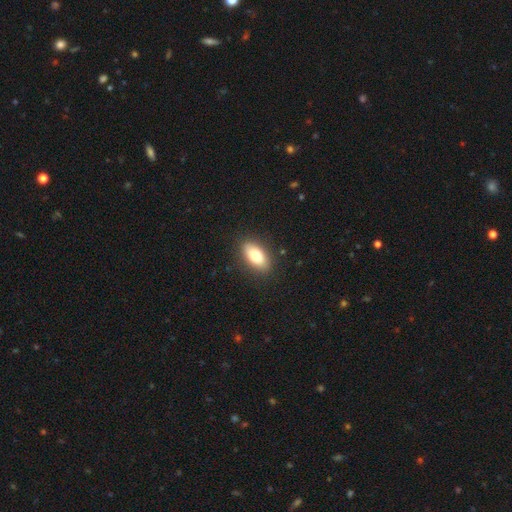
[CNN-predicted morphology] A smooth galaxy with no disk features (79%) that is in between round and cigar-shaped (89%).

Vote fractions:
- Smooth or featured? smooth: 79% / featured or disk: 14% / star or artifact: 7%
- How rounded? in between: 89% / cigar-shaped: 7% / round: 4%
- Merging? none: 87% / minor disturbance: 9% / major disturbance: 2% / merger: 1%